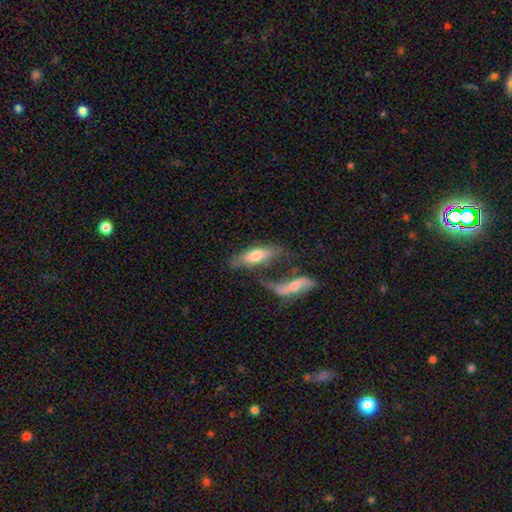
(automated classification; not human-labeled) Smooth or featured? Predicted: smooth (p=0.59). How rounded? Predicted: in between (p=0.62). Merging? Predicted: merger (p=0.44).